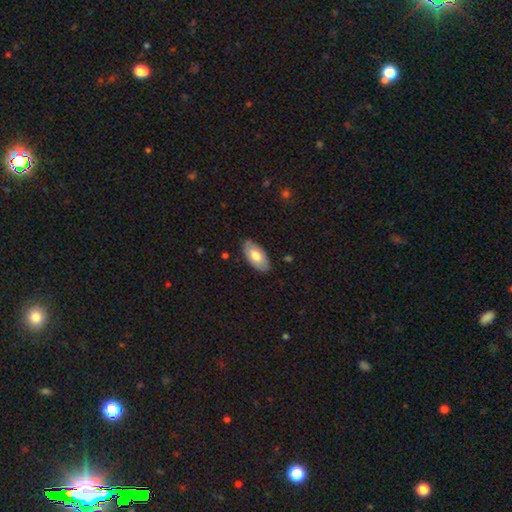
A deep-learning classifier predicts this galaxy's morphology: Smooth or featured? Predicted: smooth (p=0.70). How rounded? Predicted: in between (p=0.95). Merging? Predicted: none (p=0.84).